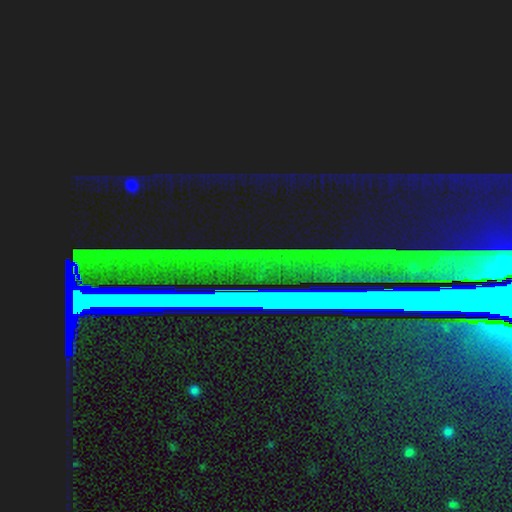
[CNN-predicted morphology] Smooth or featured: star or artifact — 86% (featured or disk — 8%)